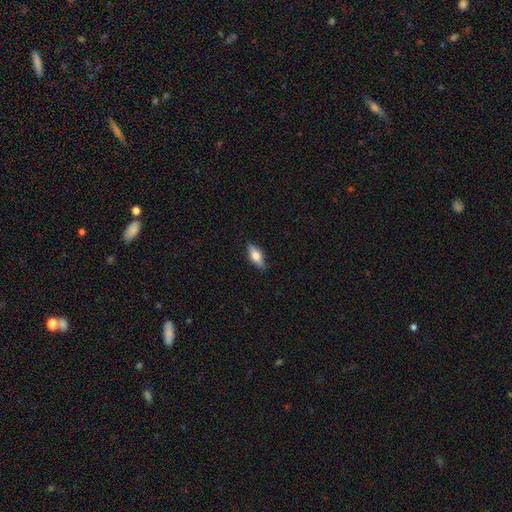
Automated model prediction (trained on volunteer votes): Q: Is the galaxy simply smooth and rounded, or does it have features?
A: smooth — 62%.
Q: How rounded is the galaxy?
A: in between — 69%.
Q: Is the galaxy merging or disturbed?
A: none — 86%.